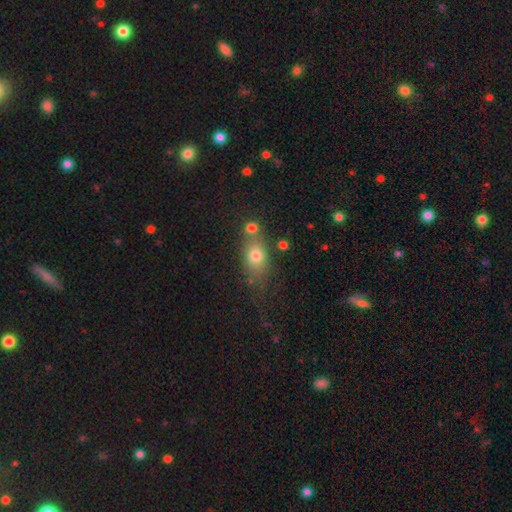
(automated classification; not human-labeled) Q: Smooth or featured?
A: smooth (74%); runner-up: featured or disk (14%)
Q: How rounded?
A: in between (66%); runner-up: round (29%)
Q: Merging?
A: none (56%); runner-up: merger (20%)